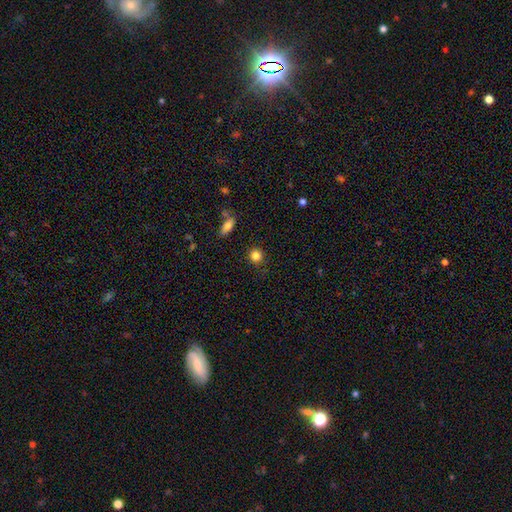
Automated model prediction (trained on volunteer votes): This appears to be a smooth galaxy with no disk features (84%) that is round (90%). Merging: none (88%).